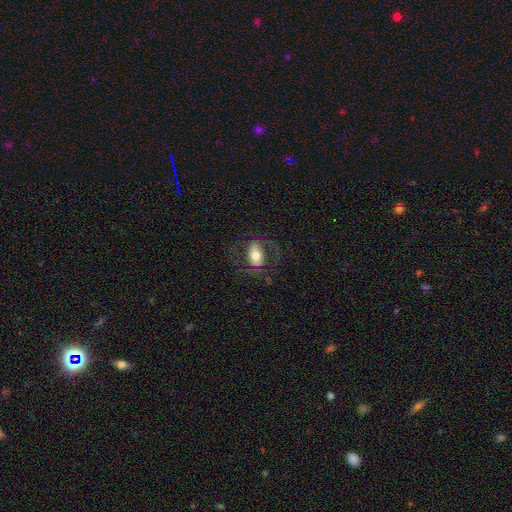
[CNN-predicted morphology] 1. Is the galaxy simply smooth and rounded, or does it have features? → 48% featured or disk, 44% smooth, 8% star or artifact.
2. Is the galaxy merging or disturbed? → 67% none, 17% major disturbance, 15% minor disturbance, 1% merger.